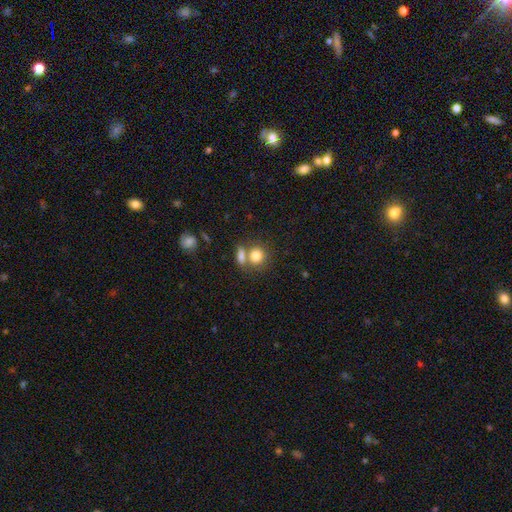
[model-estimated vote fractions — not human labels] smooth-or-featured: smooth: 81% | featured or disk: 10% | star or artifact: 9%
  how-rounded: round: 73% | in between: 25% | cigar-shaped: 2%
  merging: none: 49% | merger: 37% | minor disturbance: 10% | major disturbance: 4%